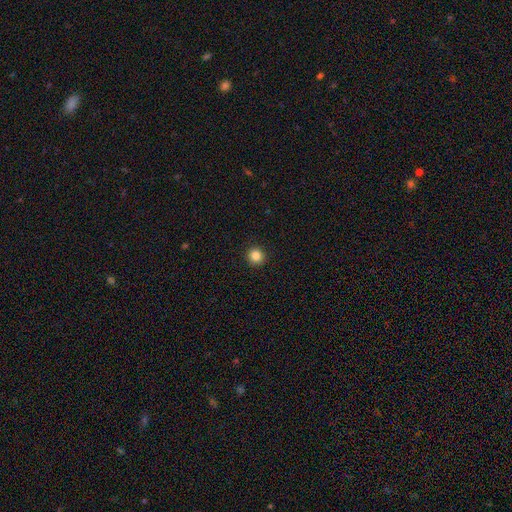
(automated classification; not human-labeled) smooth_or_featured: smooth (p=0.85) [alt: star or artifact p=0.11]
how_rounded: round (p=0.93) [alt: in between p=0.06]
merging: none (p=0.93) [alt: minor disturbance p=0.05]